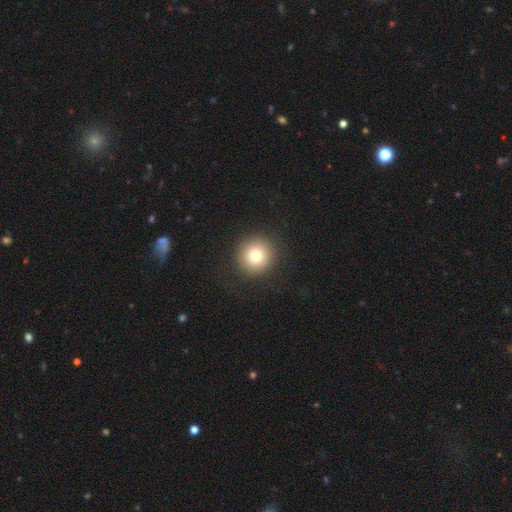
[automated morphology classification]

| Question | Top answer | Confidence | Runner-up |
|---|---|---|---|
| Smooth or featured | smooth | 79% | star or artifact (11%) |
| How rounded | round | 95% | in between (5%) |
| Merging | none | 91% | minor disturbance (6%) |